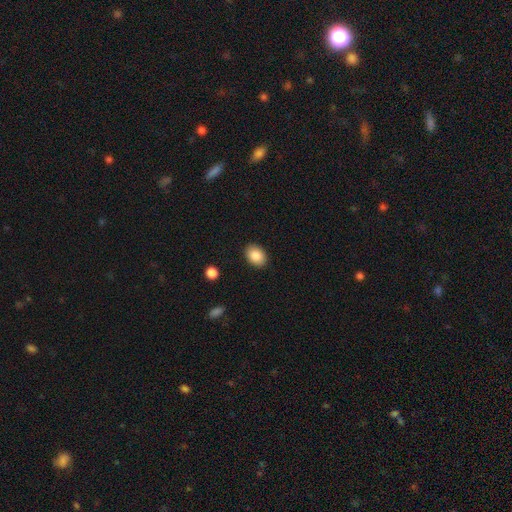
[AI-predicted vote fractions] Smooth or featured? Predicted: smooth (p=0.87). How rounded? Predicted: in between (p=0.73). Merging? Predicted: none (p=0.89).